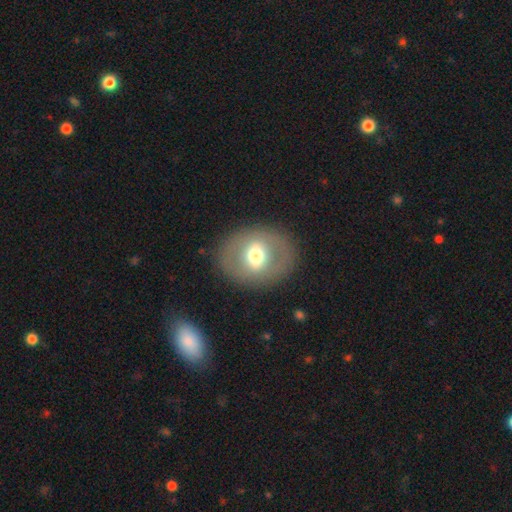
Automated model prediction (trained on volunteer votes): This appears to be a smooth galaxy with no disk features (47%). Merging: none (84%).